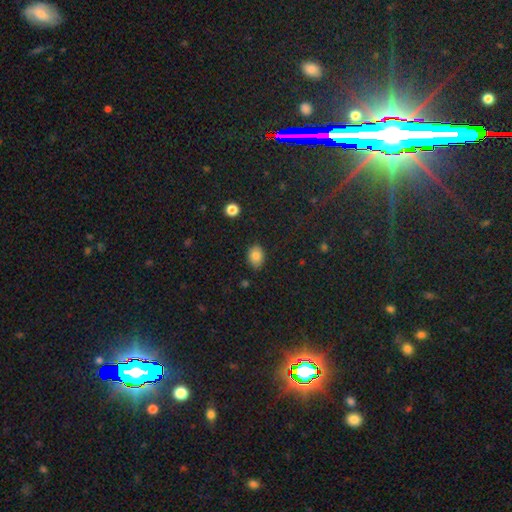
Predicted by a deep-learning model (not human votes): Smooth or featured?
  - smooth: 83% *
  - star or artifact: 10%
  - featured or disk: 7%
How rounded?
  - in between: 75% *
  - round: 24%
  - cigar-shaped: 1%
Merging?
  - none: 82% *
  - minor disturbance: 14%
  - major disturbance: 3%
  - merger: 1%